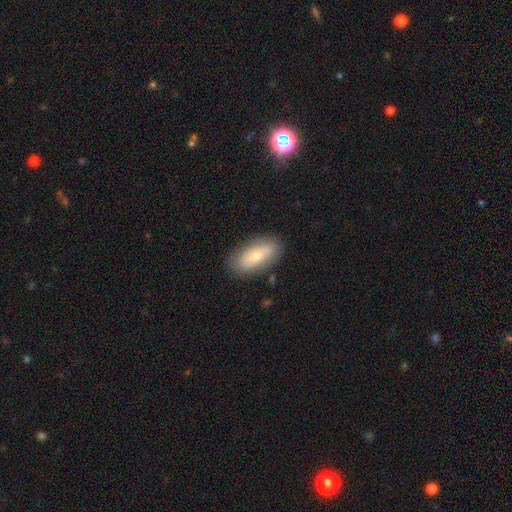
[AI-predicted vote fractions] The model was most divided on "smooth or featured": smooth: 66%, featured or disk: 27%, star or artifact: 7%. More confident: how rounded — in between (88%); merging — none (83%).